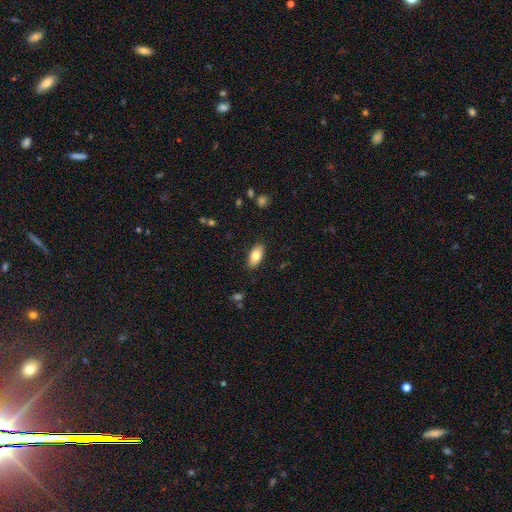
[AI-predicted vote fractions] smooth-or-featured: smooth: 79% | featured or disk: 14% | star or artifact: 7%
  how-rounded: in between: 91% | cigar-shaped: 6% | round: 3%
  merging: none: 88% | minor disturbance: 9% | major disturbance: 2% | merger: 1%